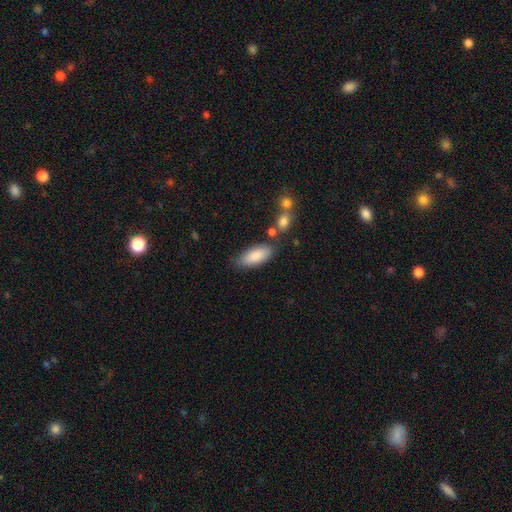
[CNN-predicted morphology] This appears to be a smooth galaxy with no disk features (86%) that is in between round and cigar-shaped (81%). Merging: none (72%).